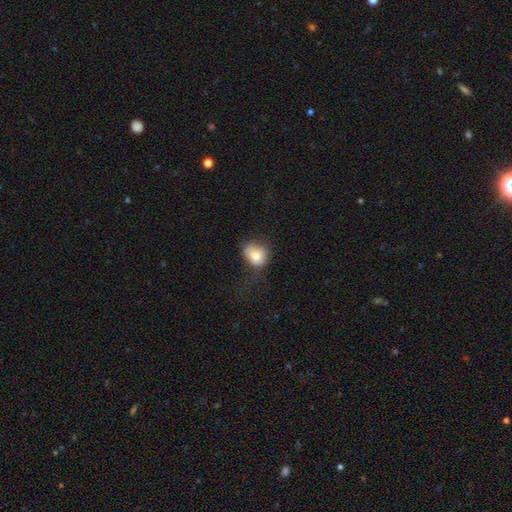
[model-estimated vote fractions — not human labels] Smooth or featured?
  - smooth: 77% *
  - featured or disk: 13%
  - star or artifact: 10%
How rounded?
  - round: 63% *
  - in between: 36%
  - cigar-shaped: 1%
Merging?
  - none: 46% *
  - minor disturbance: 32%
  - major disturbance: 20%
  - merger: 3%